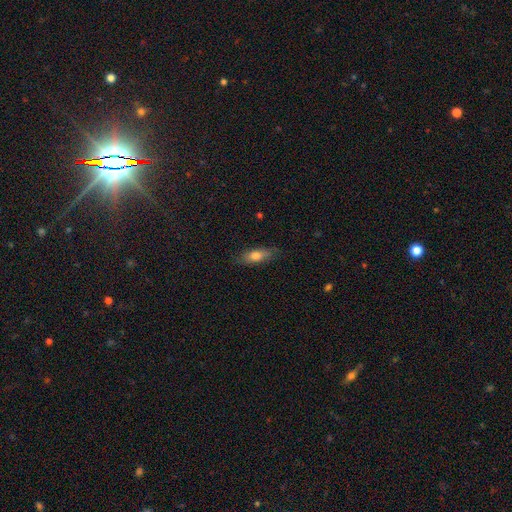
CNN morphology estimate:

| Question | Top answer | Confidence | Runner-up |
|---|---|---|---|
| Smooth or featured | smooth | 71% | featured or disk (22%) |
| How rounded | in between | 65% | cigar-shaped (31%) |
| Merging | none | 77% | minor disturbance (18%) |